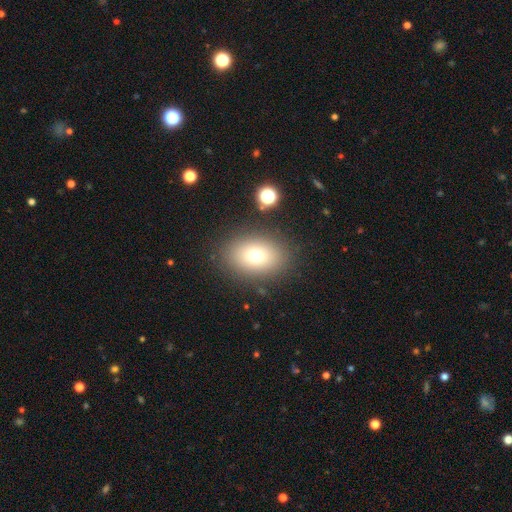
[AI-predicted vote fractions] Smooth or featured? Predicted: smooth (p=0.74). How rounded? Predicted: in between (p=0.74). Merging? Predicted: none (p=0.85).